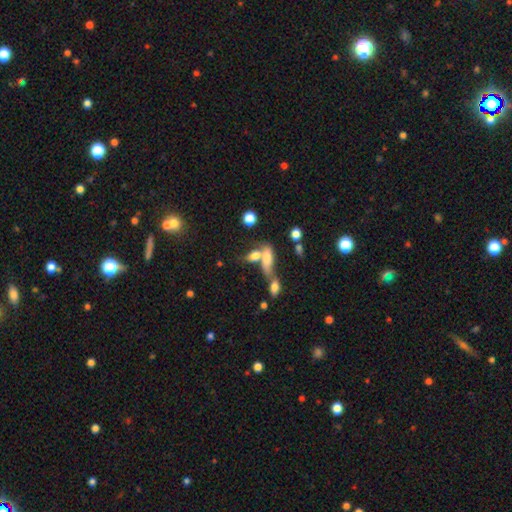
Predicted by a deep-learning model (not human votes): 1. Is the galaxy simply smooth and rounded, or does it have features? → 69% smooth, 19% featured or disk, 12% star or artifact.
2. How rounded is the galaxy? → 66% in between, 25% cigar-shaped, 9% round.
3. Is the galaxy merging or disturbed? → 50% merger, 31% none, 11% minor disturbance, 8% major disturbance.